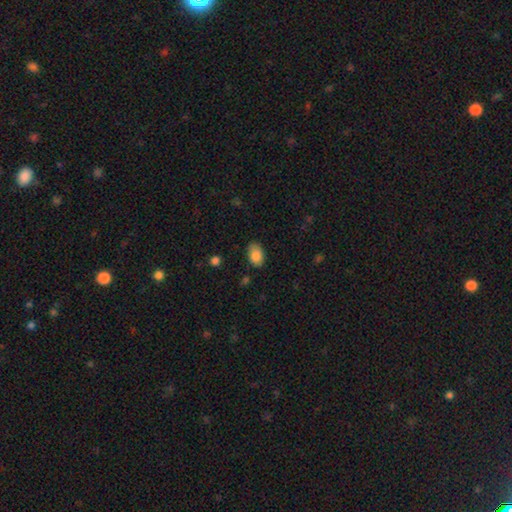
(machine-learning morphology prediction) This is clearly a smooth galaxy (85%). How rounded: clearly in between (88%). Merging: likely none (76%).